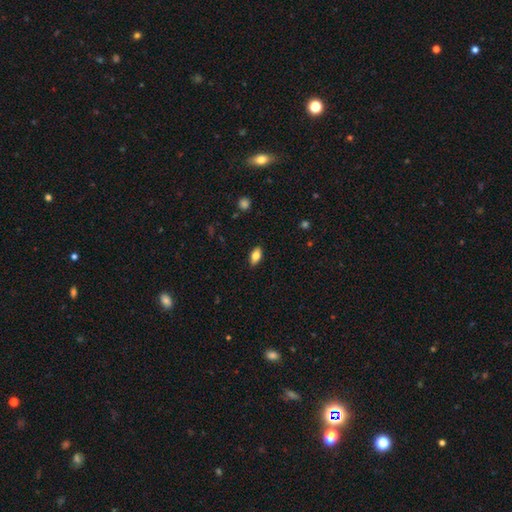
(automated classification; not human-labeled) A smooth galaxy with no disk features (77%) that is in between round and cigar-shaped (89%). Merging: none (88%).